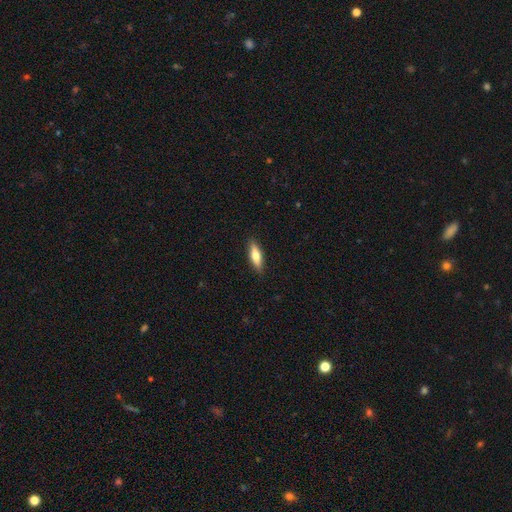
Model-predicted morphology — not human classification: smooth 67%, featured or disk 27%, star or artifact 6%. Down the decision tree: how rounded — cigar-shaped (53%); merging — none (89%).